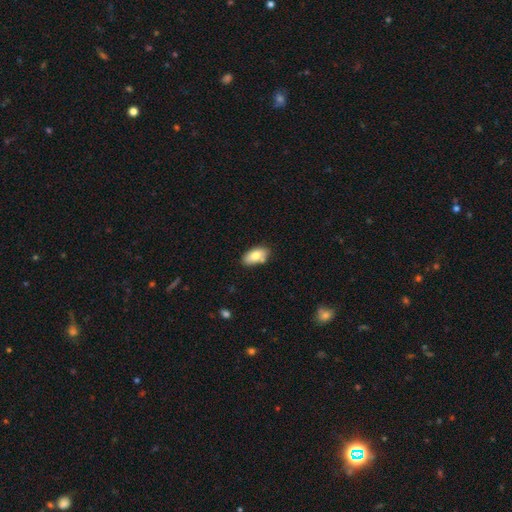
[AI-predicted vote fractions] Overall: smooth (78%). How rounded: in between (93%). Merging: none (75%).